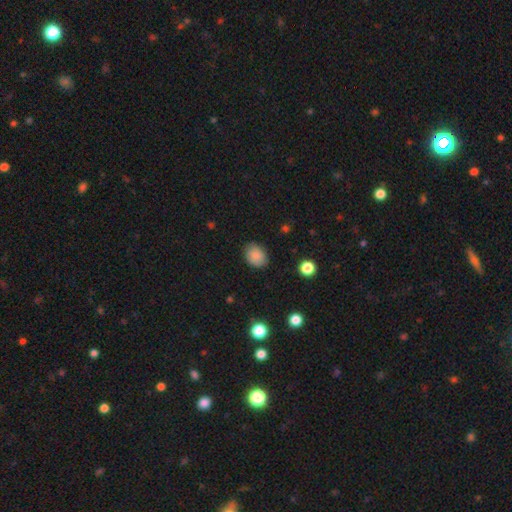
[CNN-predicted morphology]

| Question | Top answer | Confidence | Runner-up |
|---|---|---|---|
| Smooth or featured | smooth | 85% | star or artifact (8%) |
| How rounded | in between | 65% | round (34%) |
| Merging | none | 82% | minor disturbance (14%) |